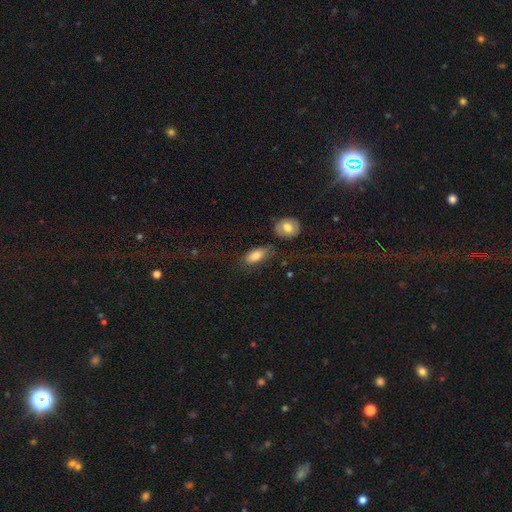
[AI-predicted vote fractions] Overall: smooth (81%). How rounded: in between (87%). Merging: none (63%).